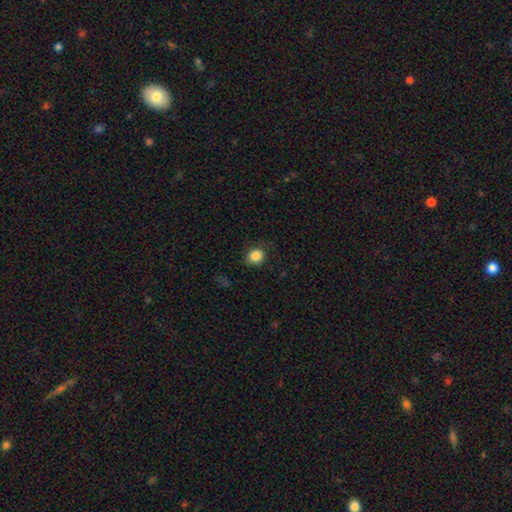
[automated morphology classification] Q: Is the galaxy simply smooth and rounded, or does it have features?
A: smooth — 85%.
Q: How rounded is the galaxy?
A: round — 74%.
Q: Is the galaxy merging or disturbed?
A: none — 79%.